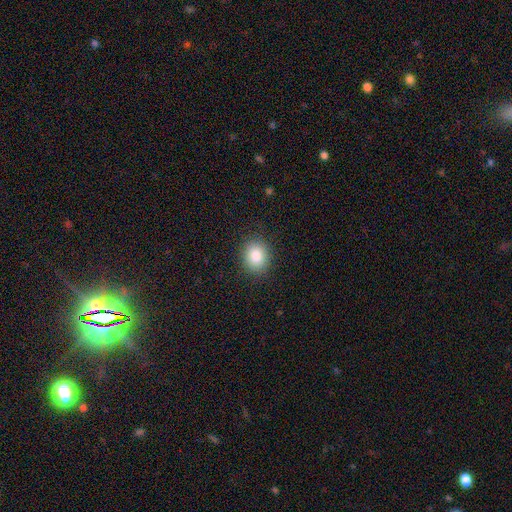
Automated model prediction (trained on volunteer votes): smooth 85%, star or artifact 9%, featured or disk 6%. Down the decision tree: how rounded — round (64%); merging — none (88%).